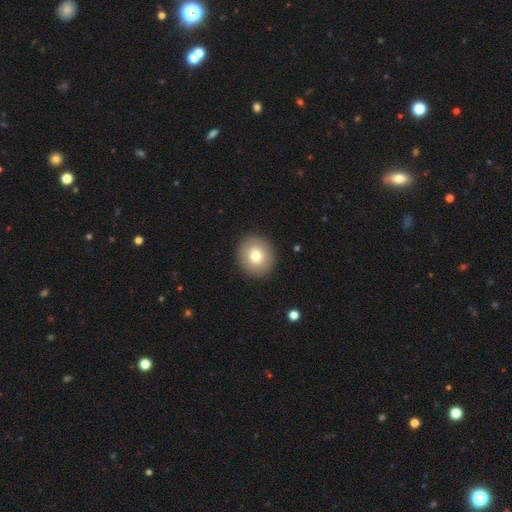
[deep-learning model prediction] Smooth or featured? smooth (77%)
How rounded? round (85%)
Merging? none (92%)